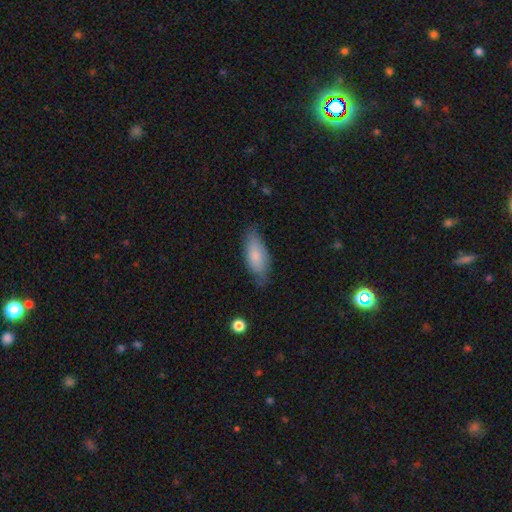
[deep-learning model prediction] The model was most divided on "merging": none: 69%, minor disturbance: 25%, major disturbance: 5%, merger: 1%. More confident: how rounded — in between (81%); smooth or featured — smooth (78%).